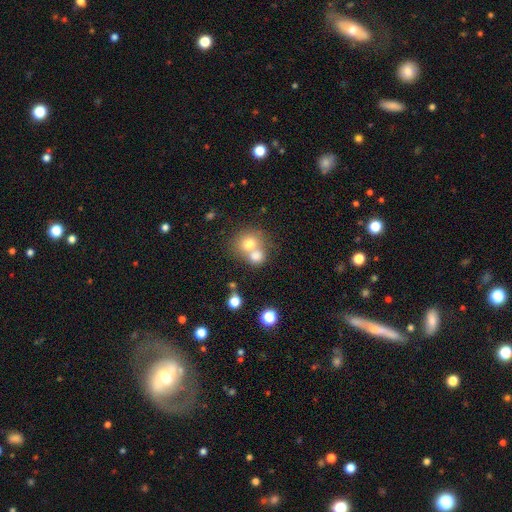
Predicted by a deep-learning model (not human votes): Morphology: type=smooth (73%); roundness=round (74%); merging=merger (59%).